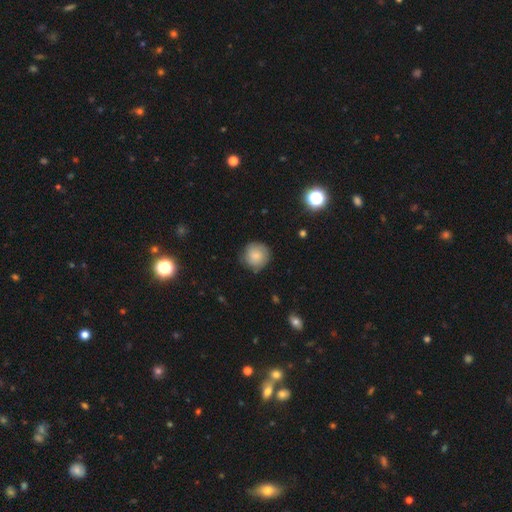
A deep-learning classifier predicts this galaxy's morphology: smooth 77%, featured or disk 14%, star or artifact 8%. Down the decision tree: how rounded — round (93%); merging — none (79%).